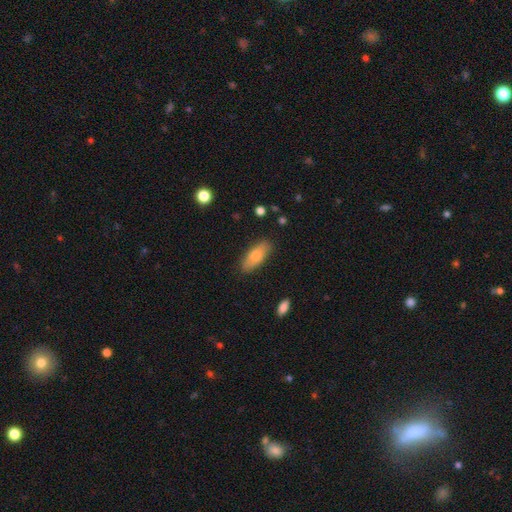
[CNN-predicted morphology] type=smooth (81%); roundness=in between (72%); merging=none (82%).